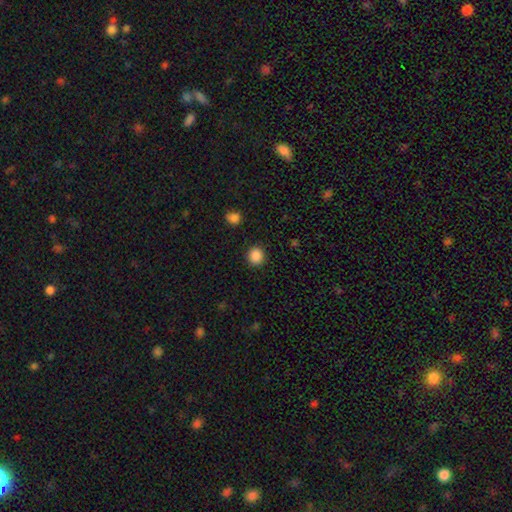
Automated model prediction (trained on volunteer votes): Smooth or featured? smooth (88%)
How rounded? round (87%)
Merging? none (90%)